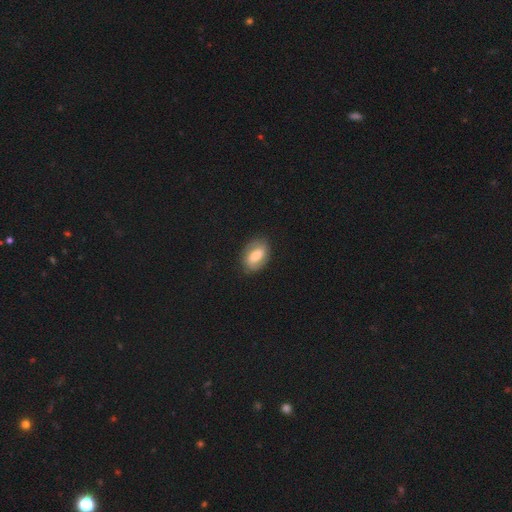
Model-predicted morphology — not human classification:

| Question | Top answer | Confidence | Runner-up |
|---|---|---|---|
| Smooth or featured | smooth | 47% | featured or disk (46%) |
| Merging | none | 81% | minor disturbance (13%) |